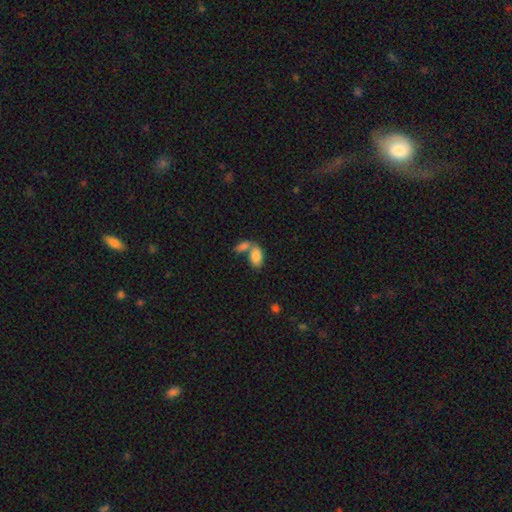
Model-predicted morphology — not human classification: A smooth galaxy with no disk features (84%) that is in between round and cigar-shaped (93%). Merging: merger (53%).